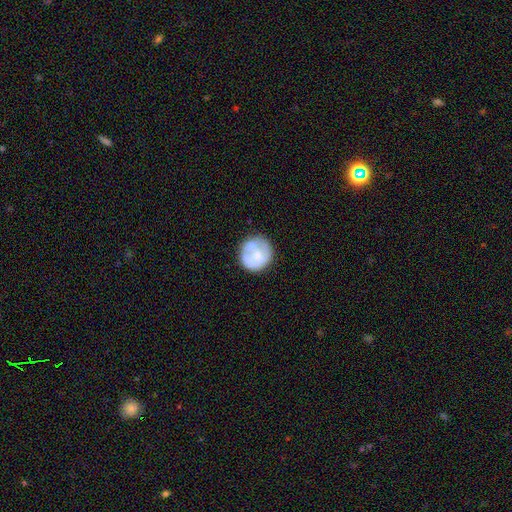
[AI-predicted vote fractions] A featured or disk galaxy (51%) with no bar (88%), no spiral arms (78%) and a moderate central bulge (52%). Merging: none (61%).